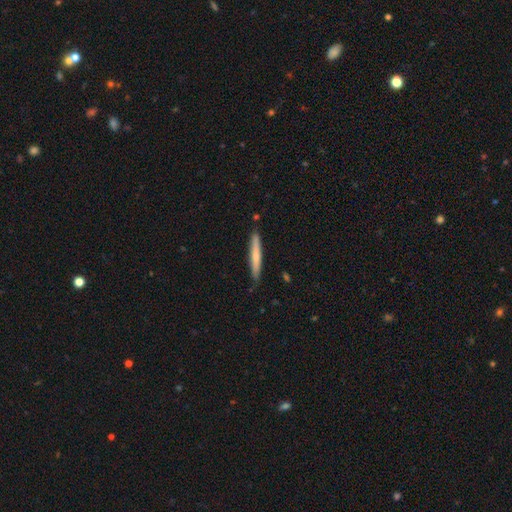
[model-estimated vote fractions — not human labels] Q: Smooth or featured?
A: smooth (63%); runner-up: featured or disk (32%)
Q: How rounded?
A: cigar-shaped (95%); runner-up: in between (4%)
Q: Merging?
A: none (84%); runner-up: minor disturbance (12%)